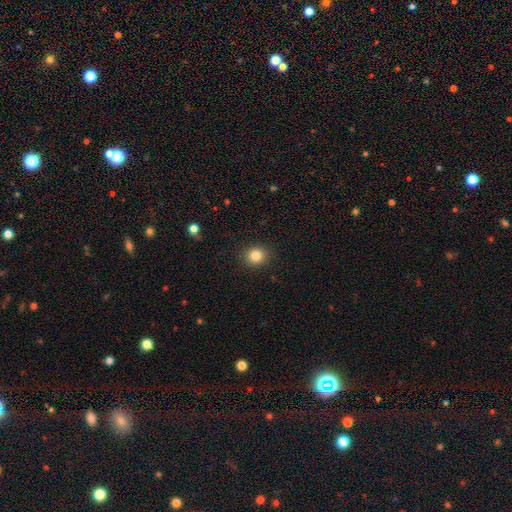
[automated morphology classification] The model was most divided on "how rounded": round: 83%, in between: 16%, cigar-shaped: 1%. More confident: merging — none (90%); smooth or featured — smooth (84%).